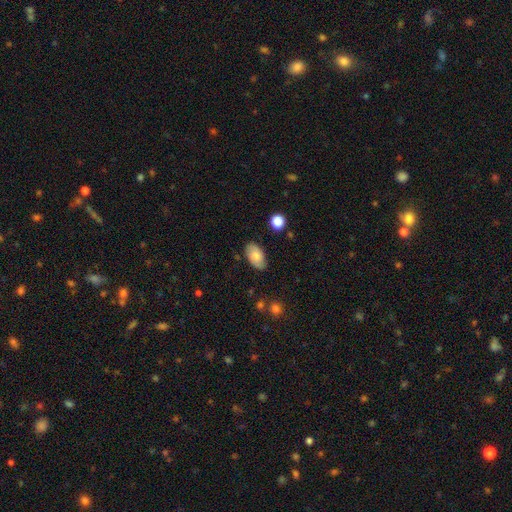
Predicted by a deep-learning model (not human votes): This appears to be a smooth galaxy with no disk features (72%) that is in between round and cigar-shaped (94%). Merging: none (80%).